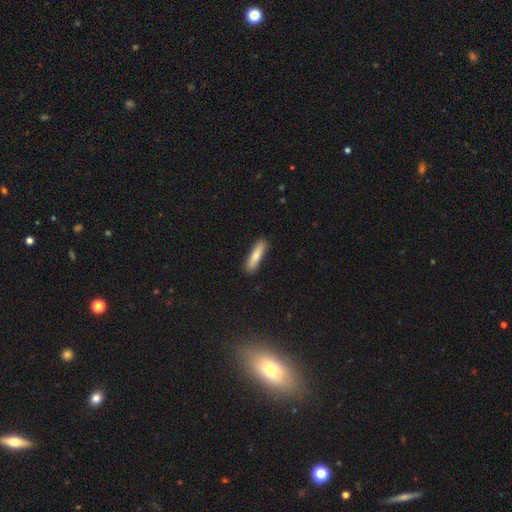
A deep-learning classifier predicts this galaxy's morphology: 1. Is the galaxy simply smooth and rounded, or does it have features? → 76% smooth, 18% featured or disk, 6% star or artifact.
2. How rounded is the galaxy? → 79% cigar-shaped, 19% in between, 2% round.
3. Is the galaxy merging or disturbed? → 90% none, 8% minor disturbance, 2% major disturbance, 1% merger.